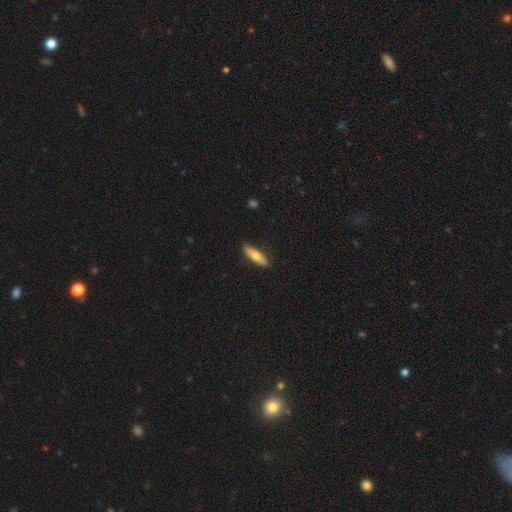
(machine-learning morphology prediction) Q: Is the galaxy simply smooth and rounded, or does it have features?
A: smooth — 64%.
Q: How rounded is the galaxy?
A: cigar-shaped — 67%.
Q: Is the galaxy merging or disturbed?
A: none — 86%.